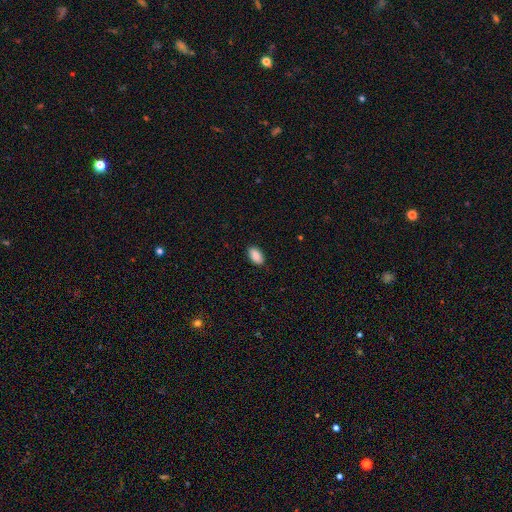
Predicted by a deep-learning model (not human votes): smooth_or_featured: smooth (p=0.89) [alt: star or artifact p=0.07]
how_rounded: in between (p=0.94) [alt: round p=0.03]
merging: none (p=0.88) [alt: minor disturbance p=0.09]